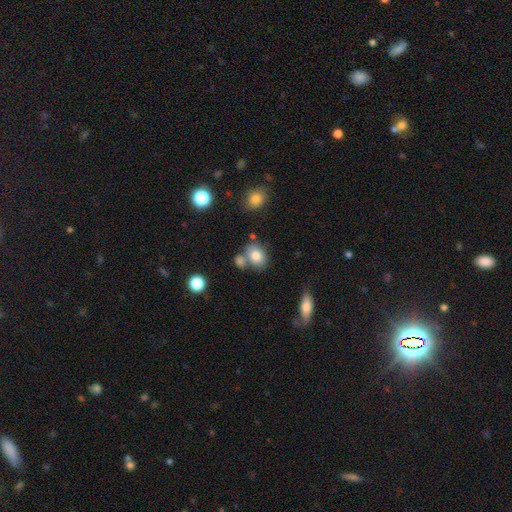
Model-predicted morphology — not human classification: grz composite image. It shows a smooth galaxy with no disk features (80%) that is in between round and cigar-shaped (59%). Merging: none (58%).